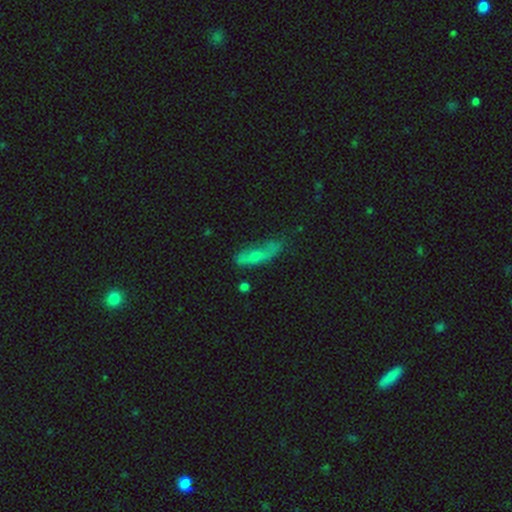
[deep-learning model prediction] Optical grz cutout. It shows a smooth galaxy with no disk features (58%) that is in between round and cigar-shaped (54%). Merging: none (46%).